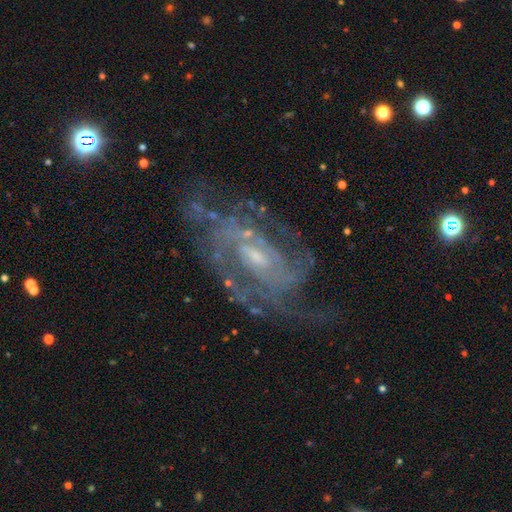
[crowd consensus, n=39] Overall: featured or disk (90%). Edge-on disk: no (97%). Bar: weak (53%; no 35%). Spiral arms: yes (88%). Spiral arm count: 2 (37%, tied with 4). Spiral winding: medium (60%; tight 27%). Bulge size: small (68%). Merging: none (64%).